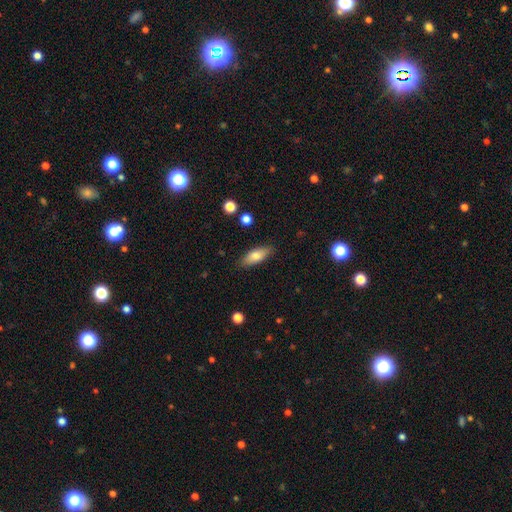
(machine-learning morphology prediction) A smooth galaxy with no disk features (76%) that is in between round and cigar-shaped (70%). Merging: none (86%).